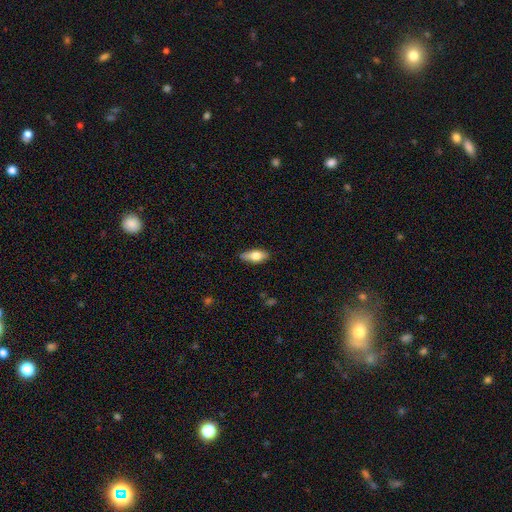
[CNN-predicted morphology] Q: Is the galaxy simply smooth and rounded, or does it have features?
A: smooth — 73%.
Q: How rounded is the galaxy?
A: in between — 78%.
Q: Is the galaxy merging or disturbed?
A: none — 80%.